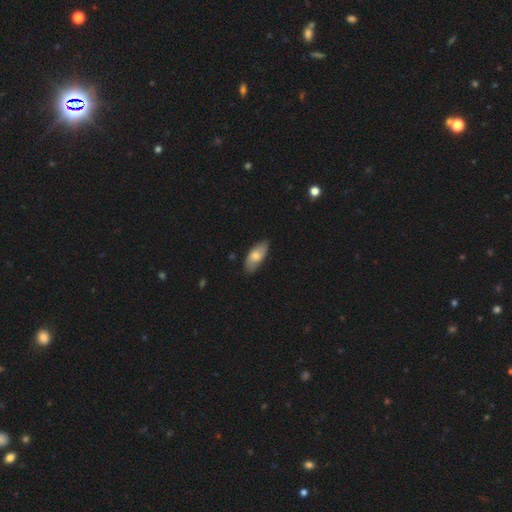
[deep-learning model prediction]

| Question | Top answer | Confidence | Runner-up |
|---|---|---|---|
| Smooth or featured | smooth | 70% | featured or disk (25%) |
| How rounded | in between | 87% | cigar-shaped (11%) |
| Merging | none | 81% | minor disturbance (16%) |